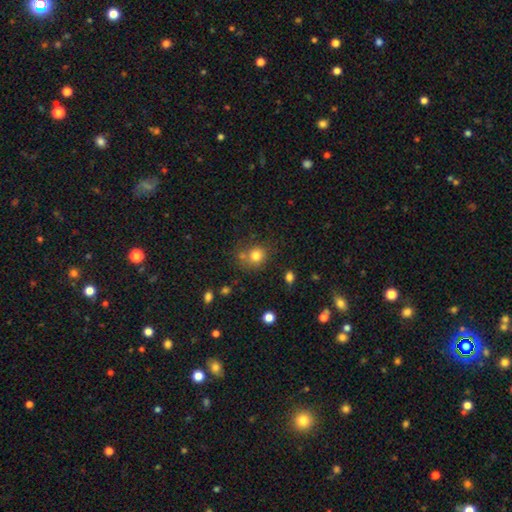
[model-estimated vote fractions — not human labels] smooth 79%, star or artifact 12%, featured or disk 9%. Down the decision tree: how rounded — round (77%); merging — none (60%).